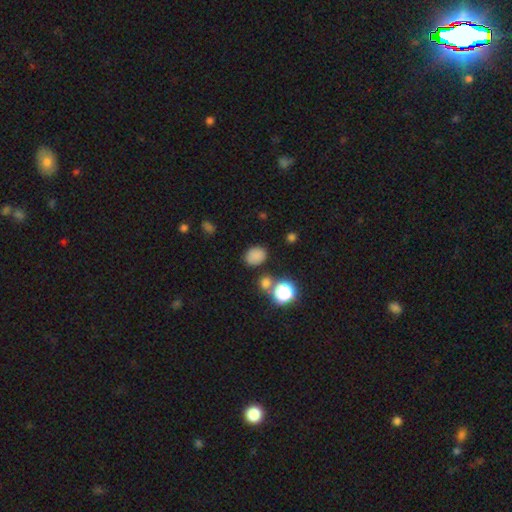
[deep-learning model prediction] Smooth or featured? Predicted: smooth (p=0.80). How rounded? Predicted: in between (p=0.56). Merging? Predicted: none (p=0.77).